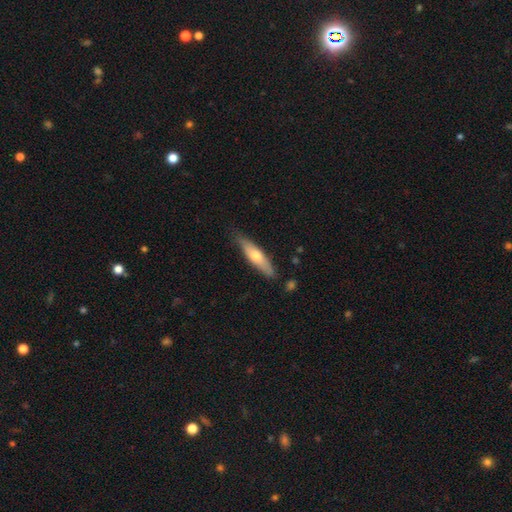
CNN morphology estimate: smooth-or-featured: smooth: 55% | featured or disk: 40% | star or artifact: 5%
  how-rounded: cigar-shaped: 73% | in between: 25% | round: 2%
  merging: none: 79% | minor disturbance: 16% | major disturbance: 3% | merger: 2%